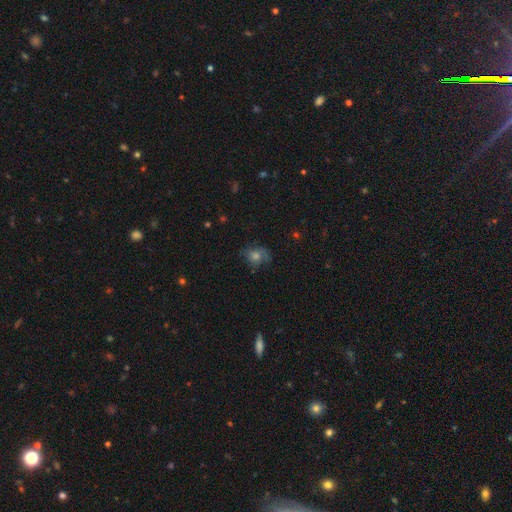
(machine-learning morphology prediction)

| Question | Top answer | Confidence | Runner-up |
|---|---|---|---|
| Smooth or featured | smooth | 50% | featured or disk (29%) |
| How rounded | round | 63% | in between (36%) |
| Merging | none | 61% | minor disturbance (23%) |